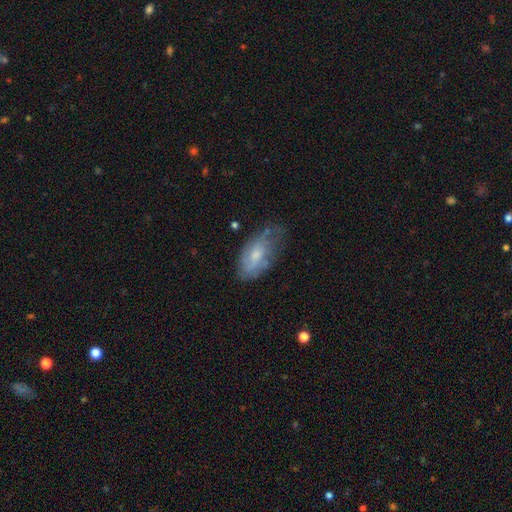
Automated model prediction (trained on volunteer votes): This appears to be a smooth galaxy with no disk features (49%). Merging: none (46%).